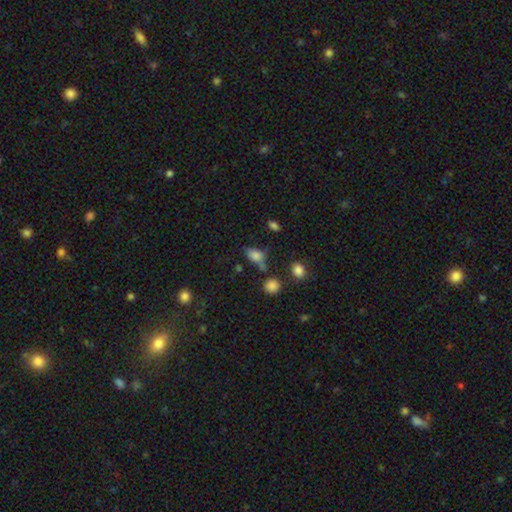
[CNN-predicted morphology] Smooth or featured: smooth — 75% (star or artifact — 13%)
How rounded: in between — 79% (round — 16%)
Merging: none — 49% (minor disturbance — 25%)